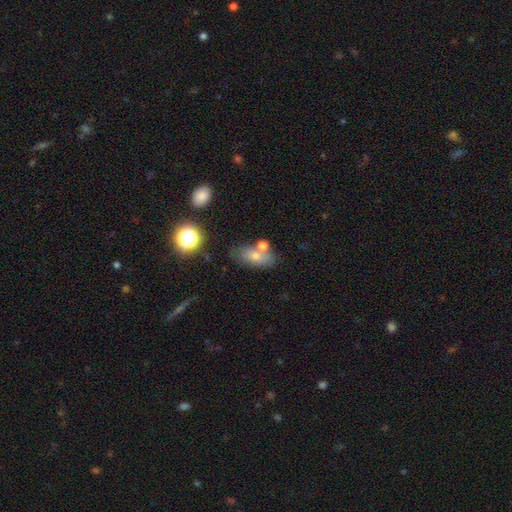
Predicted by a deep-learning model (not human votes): A smooth galaxy with no disk features (68%) that is in between round and cigar-shaped (81%).

Vote fractions:
- Smooth or featured? smooth: 68% / featured or disk: 20% / star or artifact: 11%
- How rounded? in between: 81% / round: 11% / cigar-shaped: 8%
- Merging? none: 56% / merger: 22% / minor disturbance: 16% / major disturbance: 6%